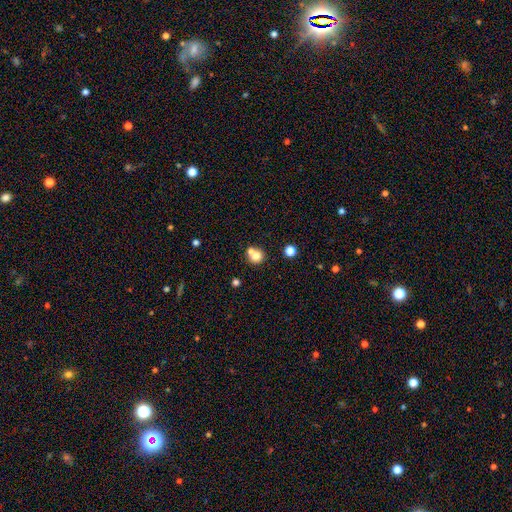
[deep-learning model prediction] Morphology: type=smooth (76%); roundness=round (87%); merging=none (51%).